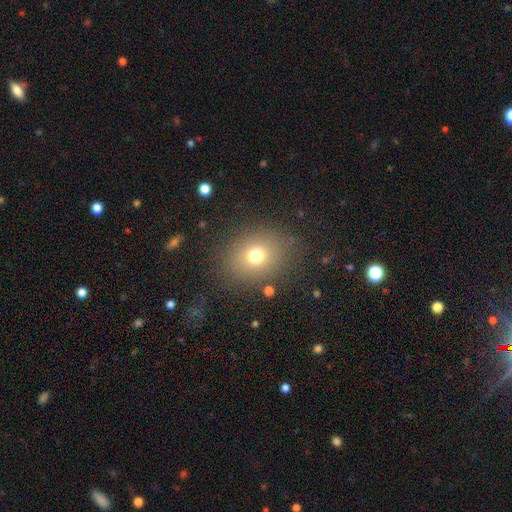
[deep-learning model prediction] Smooth or featured: smooth — 72% (star or artifact — 16%)
How rounded: round — 60% (in between — 39%)
Merging: none — 82% (minor disturbance — 10%)